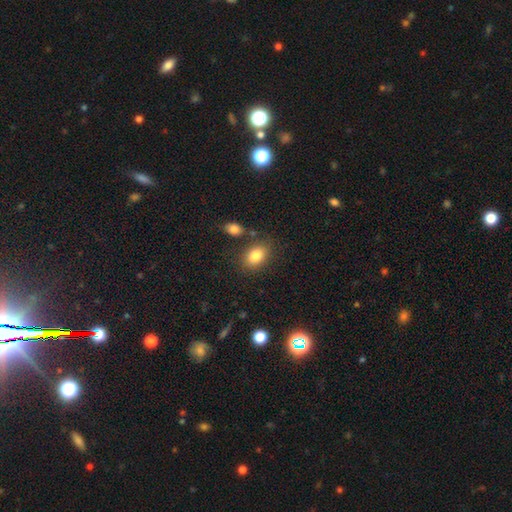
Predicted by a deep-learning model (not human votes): smooth-or-featured: smooth: 83% | star or artifact: 9% | featured or disk: 8%
  how-rounded: in between: 77% | round: 22% | cigar-shaped: 1%
  merging: none: 77% | minor disturbance: 12% | merger: 7% | major disturbance: 4%